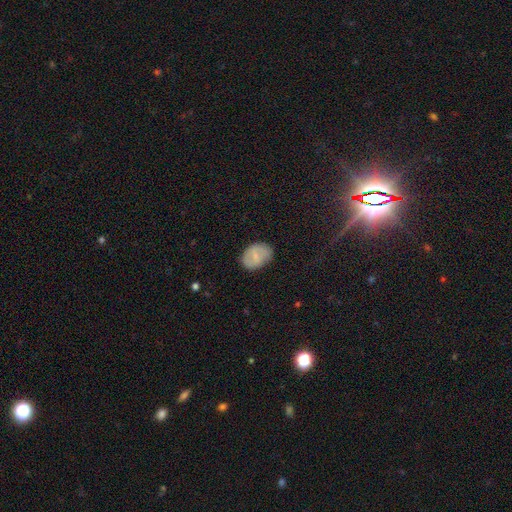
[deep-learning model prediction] A smooth galaxy with no disk features (59%) that is in between round and cigar-shaped (76%). Merging: none (77%).